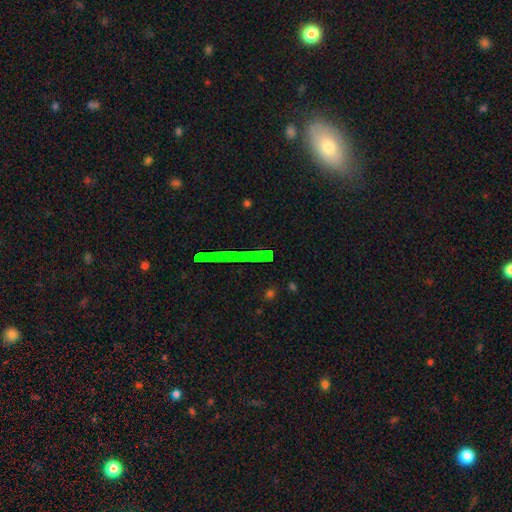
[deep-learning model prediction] Q: Smooth or featured?
A: star or artifact (56%); runner-up: smooth (24%)